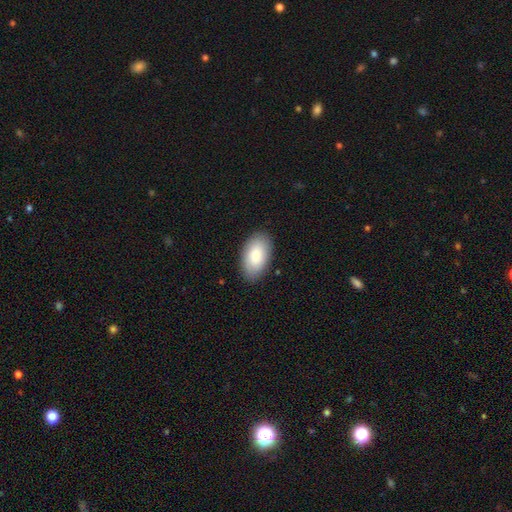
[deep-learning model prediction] A smooth galaxy with no disk features (86%) that is in between round and cigar-shaped (95%).

Vote fractions:
- Smooth or featured? smooth: 86% / featured or disk: 8% / star or artifact: 6%
- How rounded? in between: 95% / round: 3% / cigar-shaped: 2%
- Merging? none: 86% / minor disturbance: 10% / major disturbance: 2% / merger: 1%